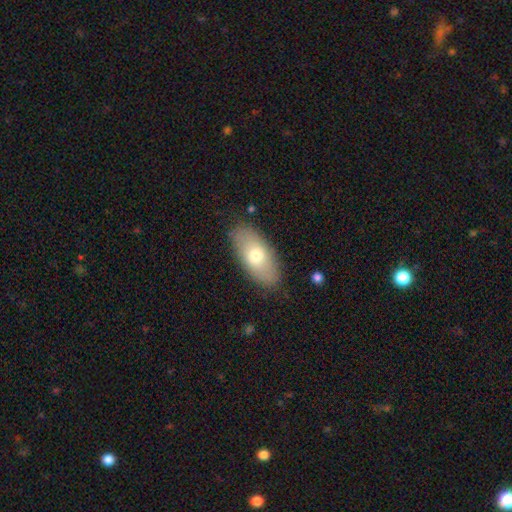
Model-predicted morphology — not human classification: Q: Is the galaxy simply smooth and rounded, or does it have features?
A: smooth — 69%.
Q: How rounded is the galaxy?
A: in between — 89%.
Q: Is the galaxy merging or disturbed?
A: none — 85%.